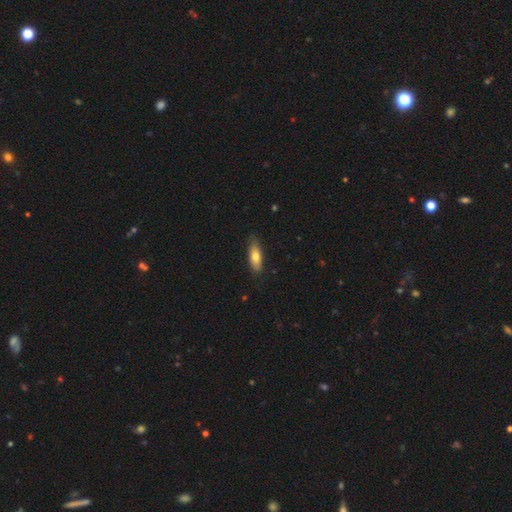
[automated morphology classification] Overall: smooth (72%). How rounded: in between (62%; cigar-shaped 36%). Merging: none (80%).